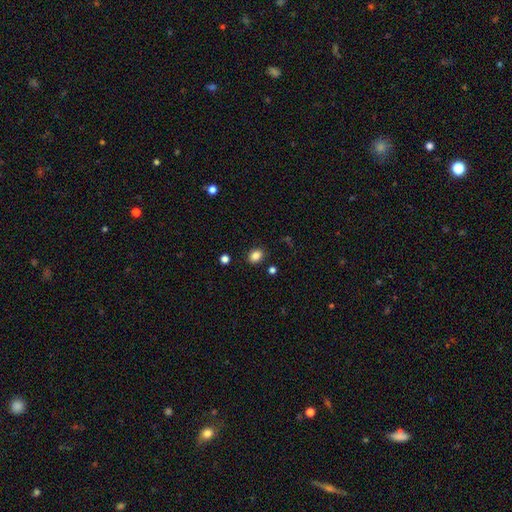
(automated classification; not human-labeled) smooth_or_featured: smooth (p=0.84) [alt: star or artifact p=0.11]
how_rounded: in between (p=0.51) [alt: round p=0.48]
merging: none (p=0.87) [alt: minor disturbance p=0.08]